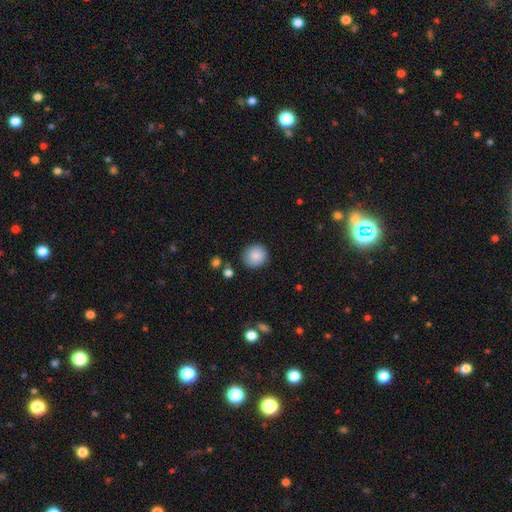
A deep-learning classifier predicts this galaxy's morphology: smooth-or-featured: smooth: 86% | star or artifact: 8% | featured or disk: 6%
  how-rounded: round: 91% | in between: 8% | cigar-shaped: 1%
  merging: none: 87% | minor disturbance: 9% | major disturbance: 2% | merger: 2%